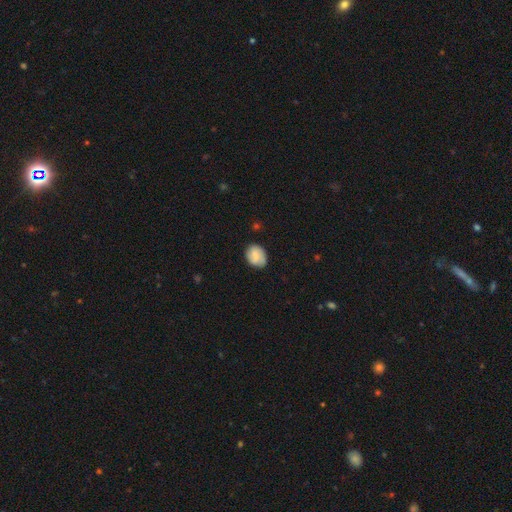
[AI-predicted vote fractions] Overall: smooth (70%). How rounded: in between (64%; round 35%). Merging: none (75%).